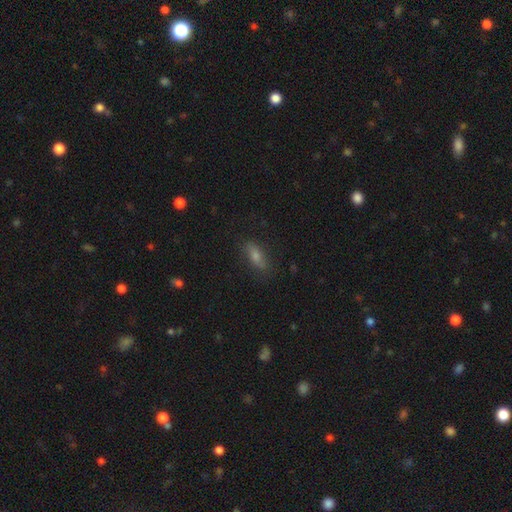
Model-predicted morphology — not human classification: This is possibly a smooth galaxy (59%). How rounded: likely in between (61%). Merging: clearly none (81%).